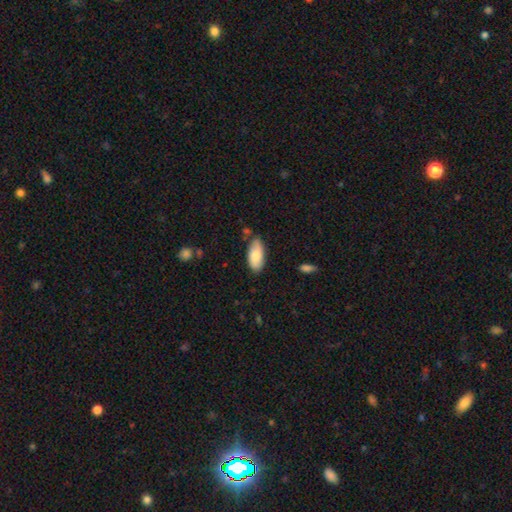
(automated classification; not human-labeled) smooth-or-featured: smooth: 79% | featured or disk: 16% | star or artifact: 6%
  how-rounded: in between: 92% | cigar-shaped: 6% | round: 2%
  merging: none: 75% | minor disturbance: 18% | merger: 3% | major disturbance: 3%